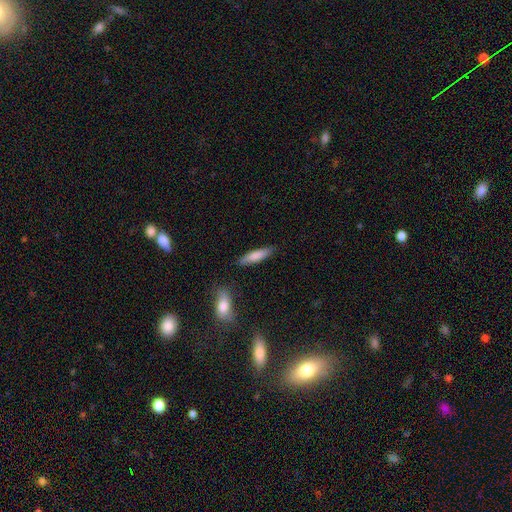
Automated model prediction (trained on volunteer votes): A smooth galaxy with no disk features (80%) that is cigar-shaped (72%).

Vote fractions:
- Smooth or featured? smooth: 80% / featured or disk: 14% / star or artifact: 6%
- How rounded? cigar-shaped: 72% / in between: 26% / round: 2%
- Merging? none: 83% / minor disturbance: 11% / merger: 3% / major disturbance: 3%